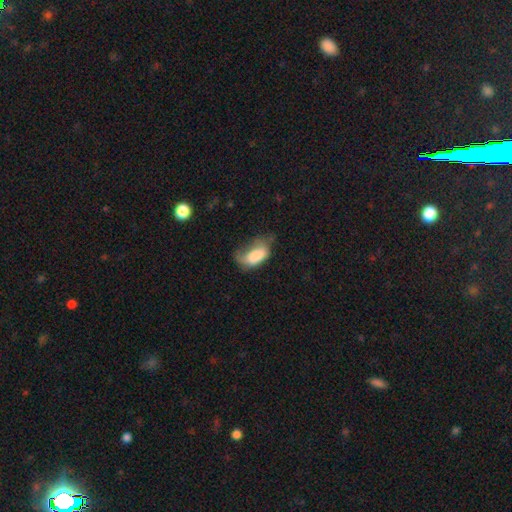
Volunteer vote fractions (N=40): Volunteers were most divided on "merging": major disturbance: 51%, minor disturbance: 36%, none: 8%, merger: 5%. More confident: how rounded — in between (92%); smooth or featured — smooth (90%).